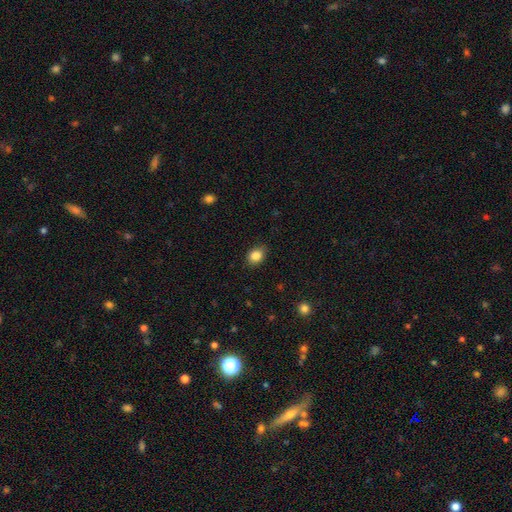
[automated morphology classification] smooth_or_featured: smooth (p=0.85) [alt: star or artifact p=0.10]
how_rounded: in between (p=0.56) [alt: round p=0.43]
merging: none (p=0.84) [alt: minor disturbance p=0.12]